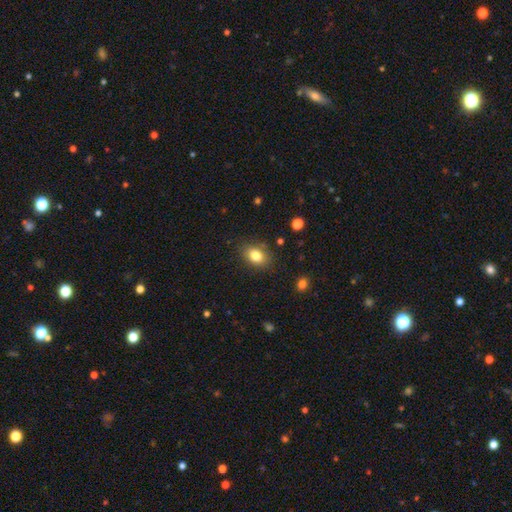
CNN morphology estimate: The model was most divided on "how rounded": in between: 76%, round: 23%, cigar-shaped: 1%. More confident: merging — none (83%); smooth or featured — smooth (82%).